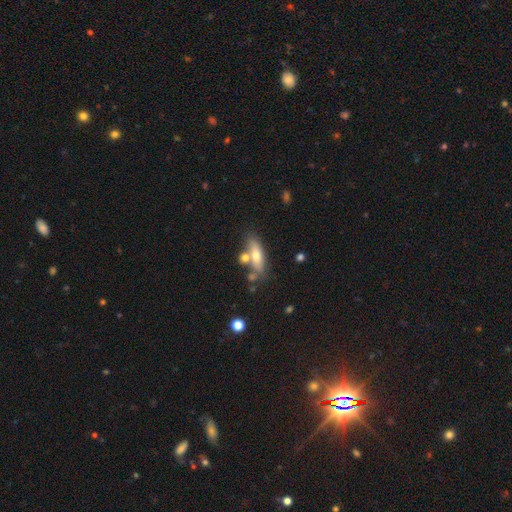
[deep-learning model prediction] Smooth or featured? Predicted: smooth (p=0.60). How rounded? Predicted: in between (p=0.49). Merging? Predicted: none (p=0.59).